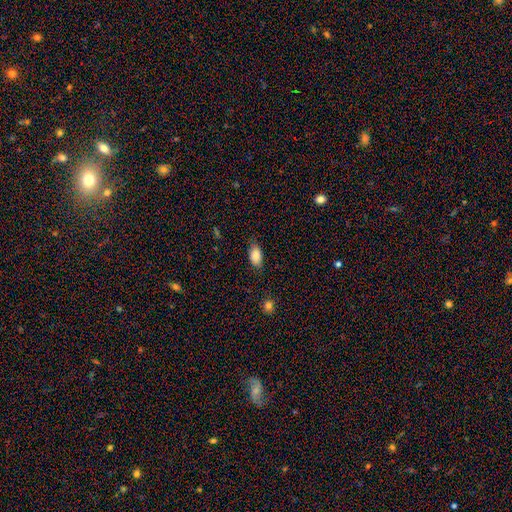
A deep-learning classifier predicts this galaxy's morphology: Smooth or featured? Predicted: smooth (p=0.87). How rounded? Predicted: in between (p=0.92). Merging? Predicted: none (p=0.79).